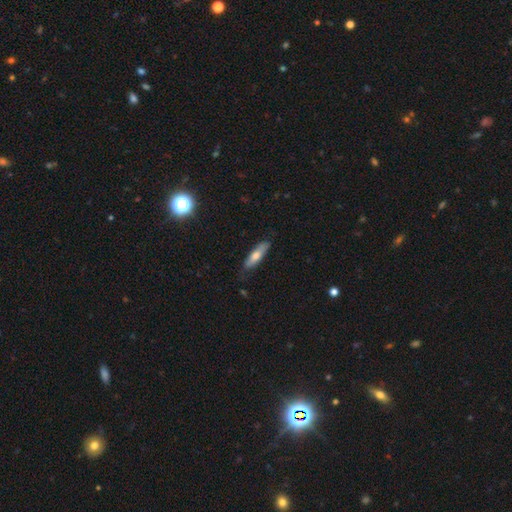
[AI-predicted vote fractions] Smooth or featured: smooth — 66% (featured or disk — 28%)
How rounded: cigar-shaped — 67% (in between — 31%)
Merging: none — 76% (minor disturbance — 20%)